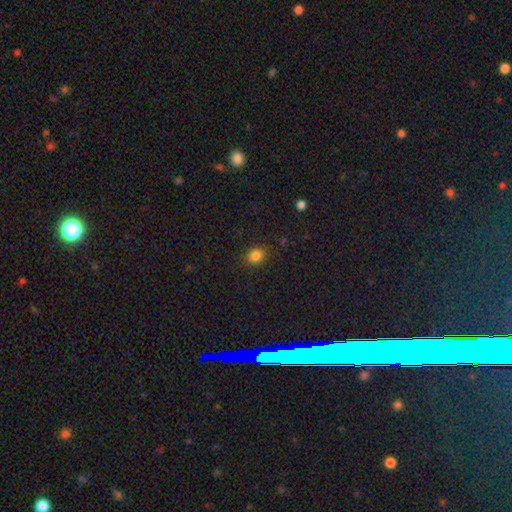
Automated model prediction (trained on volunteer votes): Smooth or featured? smooth (83%)
How rounded? round (65%)
Merging? none (86%)